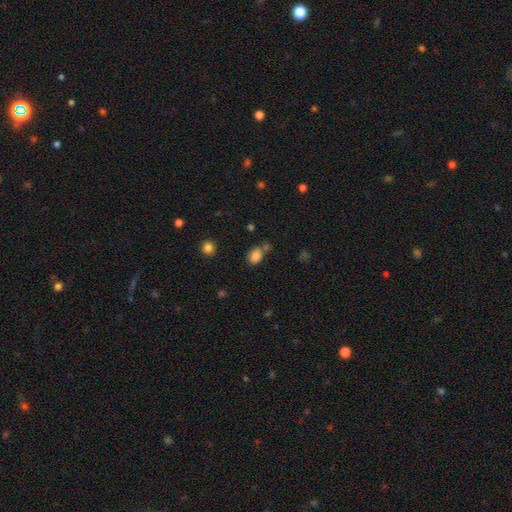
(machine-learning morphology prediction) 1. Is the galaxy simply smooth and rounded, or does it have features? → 84% smooth, 11% star or artifact, 5% featured or disk.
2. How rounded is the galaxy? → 68% in between, 31% round, 1% cigar-shaped.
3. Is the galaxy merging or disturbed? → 62% none, 18% merger, 15% minor disturbance, 5% major disturbance.